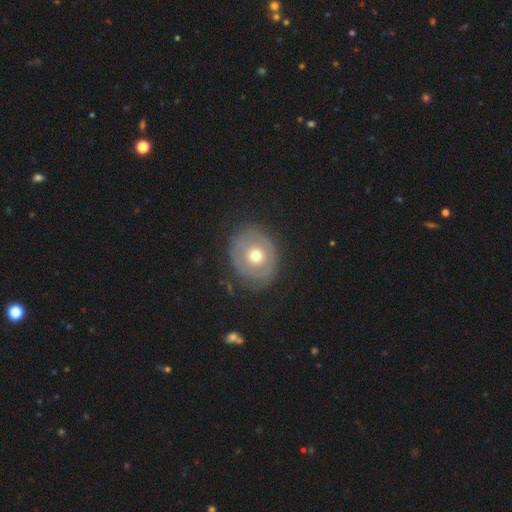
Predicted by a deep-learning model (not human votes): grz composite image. It shows a featured or disk galaxy (53%) with no bar (90%), no spiral arms (72%) and a moderate central bulge (73%). Merging: none (72%).